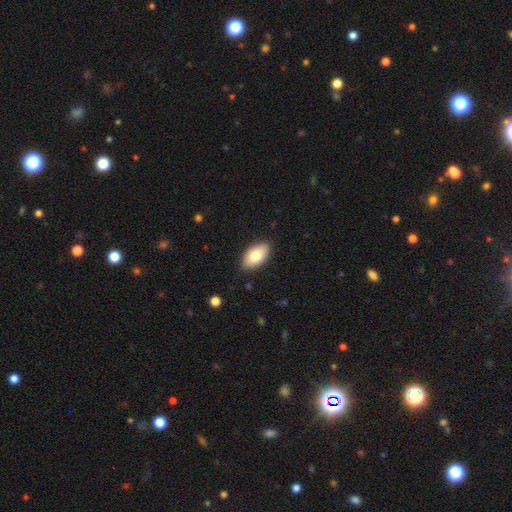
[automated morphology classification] The model was most divided on "smooth or featured": smooth: 79%, featured or disk: 15%, star or artifact: 6%. More confident: how rounded — in between (94%); merging — none (87%).